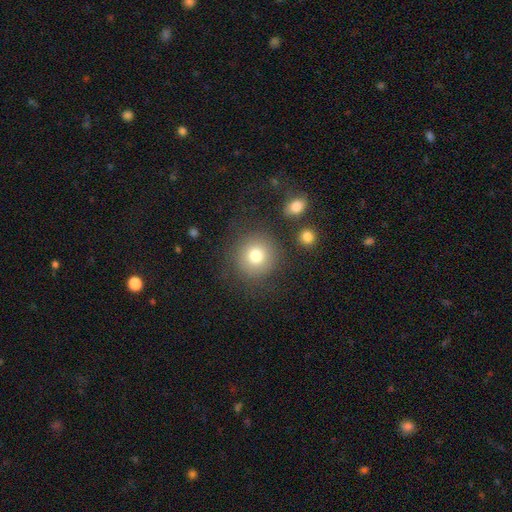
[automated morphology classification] A smooth galaxy with no disk features (77%) that is round (92%).

Vote fractions:
- Smooth or featured? smooth: 77% / featured or disk: 12% / star or artifact: 11%
- How rounded? round: 92% / in between: 7% / cigar-shaped: 1%
- Merging? none: 82% / minor disturbance: 9% / major disturbance: 5% / merger: 4%